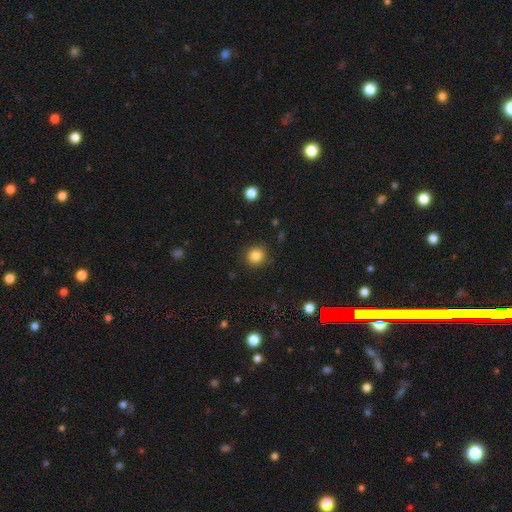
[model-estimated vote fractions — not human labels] Smooth or featured: smooth — 83% (star or artifact — 12%)
How rounded: round — 90% (in between — 9%)
Merging: none — 88% (minor disturbance — 9%)